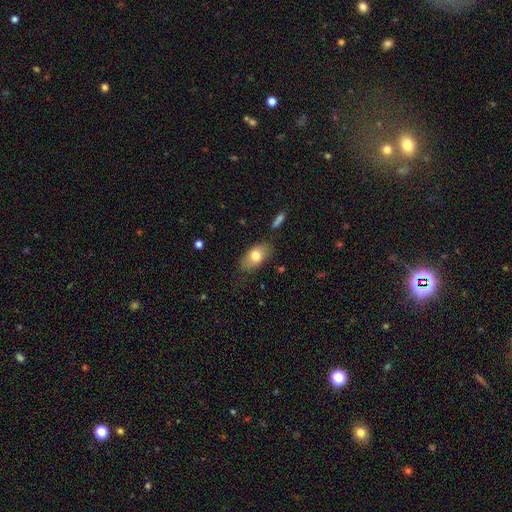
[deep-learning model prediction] Smooth or featured? Predicted: smooth (p=0.74). How rounded? Predicted: in between (p=0.90). Merging? Predicted: none (p=0.77).